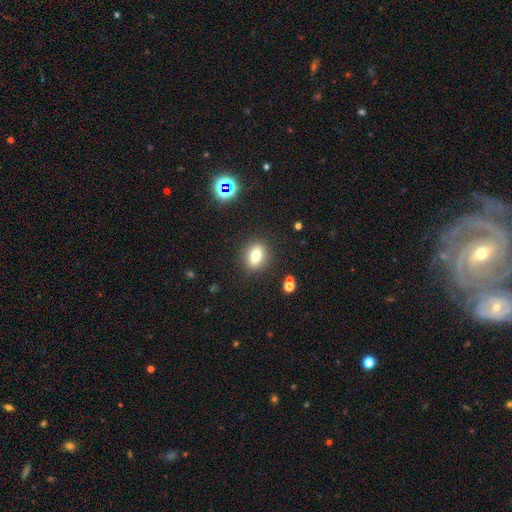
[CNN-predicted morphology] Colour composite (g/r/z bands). It shows a smooth galaxy with no disk features (74%) that is in between round and cigar-shaped (54%). Merging: none (87%).